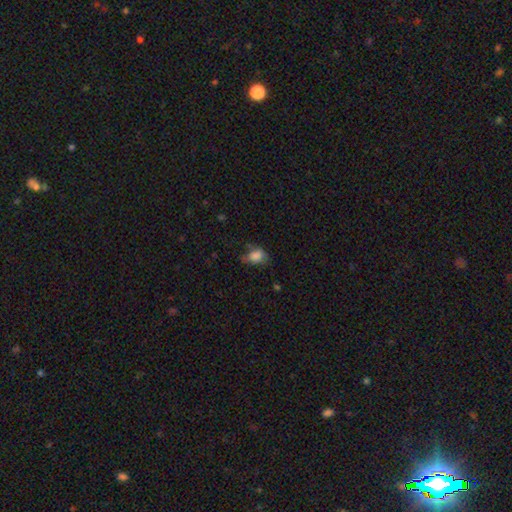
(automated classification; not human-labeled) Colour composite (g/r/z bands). It shows a smooth galaxy with no disk features (78%) that is in between round and cigar-shaped (75%). Merging: none (41%).